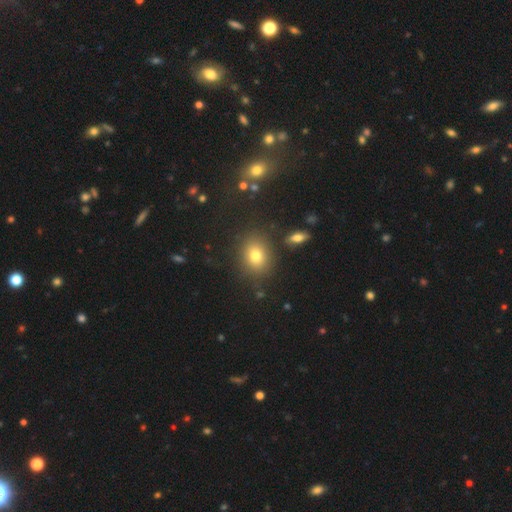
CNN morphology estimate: type=smooth (76%); roundness=round (57%); merging=none (84%).